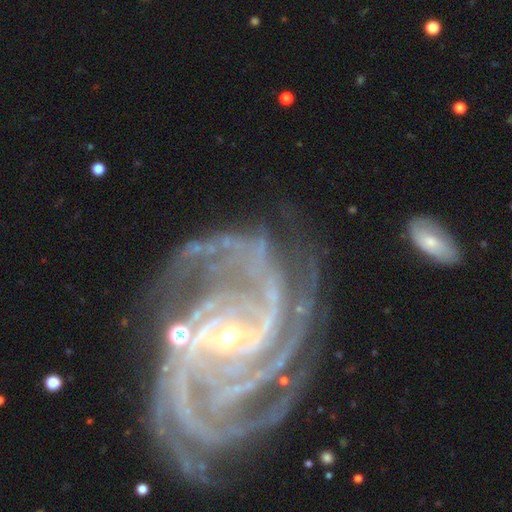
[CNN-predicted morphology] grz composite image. It shows a featured or disk galaxy (87%) with no bar (42%), 2 (27%) tight (56%) spiral arms (95%) and a small central bulge (62%). Merging: none (56%).